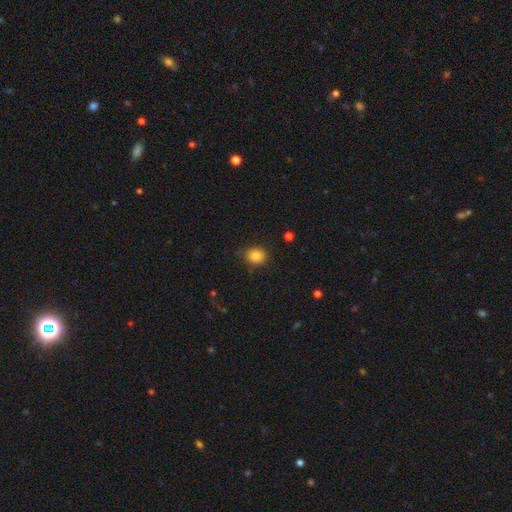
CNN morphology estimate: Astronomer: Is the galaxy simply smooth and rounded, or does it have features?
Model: smooth — 86%.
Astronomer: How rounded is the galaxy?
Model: round — 65%.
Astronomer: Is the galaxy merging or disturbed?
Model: none — 83%.